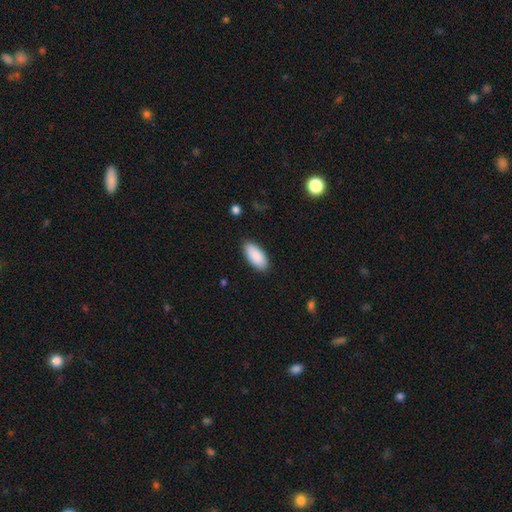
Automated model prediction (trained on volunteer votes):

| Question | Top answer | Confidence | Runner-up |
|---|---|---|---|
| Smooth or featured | smooth | 90% | star or artifact (6%) |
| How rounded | in between | 91% | cigar-shaped (7%) |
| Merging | none | 87% | minor disturbance (10%) |